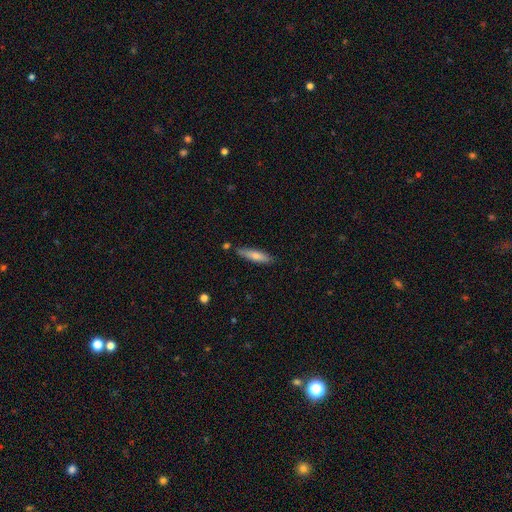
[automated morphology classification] A smooth galaxy with no disk features (68%) that is cigar-shaped (80%).

Vote fractions:
- Smooth or featured? smooth: 68% / featured or disk: 26% / star or artifact: 6%
- How rounded? cigar-shaped: 80% / in between: 19% / round: 1%
- Merging? none: 80% / minor disturbance: 13% / merger: 4% / major disturbance: 2%